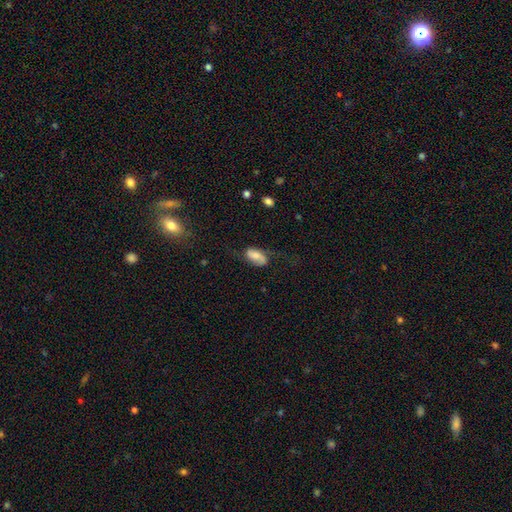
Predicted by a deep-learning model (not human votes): Smooth or featured: smooth — 57% (featured or disk — 35%)
How rounded: in between — 92% (round — 5%)
Merging: none — 54% (minor disturbance — 26%)